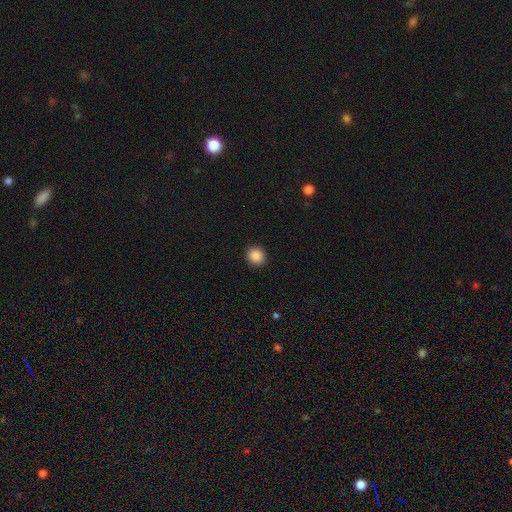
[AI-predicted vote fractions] This appears to be a smooth galaxy with no disk features (88%) that is round (87%). Merging: none (92%).